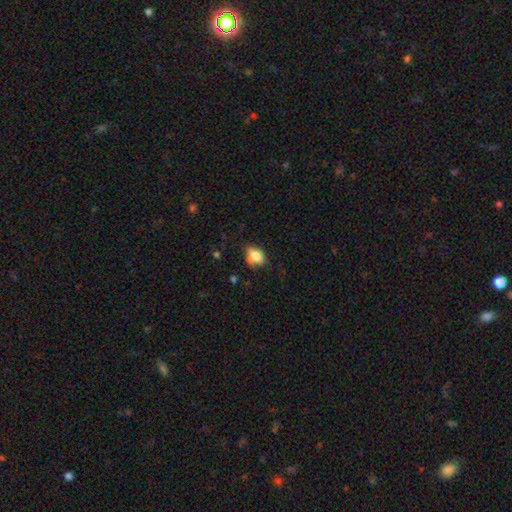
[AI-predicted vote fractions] Smooth or featured?
  - smooth: 75% *
  - featured or disk: 15%
  - star or artifact: 10%
How rounded?
  - in between: 78% *
  - round: 19%
  - cigar-shaped: 3%
Merging?
  - none: 47% *
  - minor disturbance: 30%
  - merger: 13%
  - major disturbance: 10%